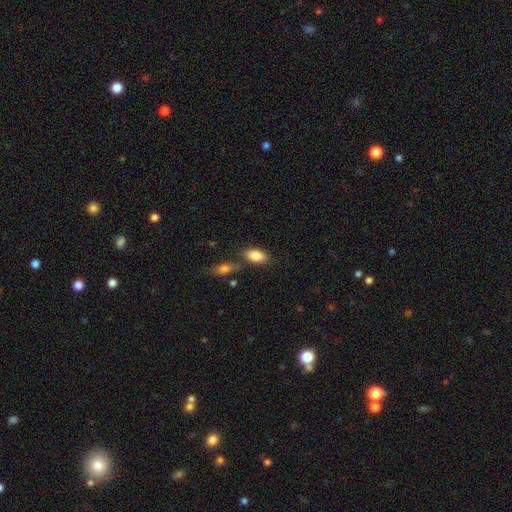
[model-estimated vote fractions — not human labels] smooth_or_featured: smooth (p=0.85) [alt: featured or disk p=0.08]
how_rounded: in between (p=0.91) [alt: cigar-shaped p=0.04]
merging: none (p=0.72) [alt: minor disturbance p=0.13]